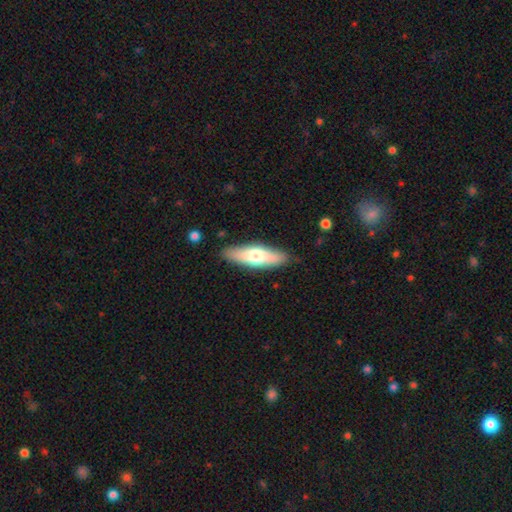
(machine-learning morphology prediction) Overall: smooth (61%; featured or disk 34%). How rounded: cigar-shaped (52%; in between 45%). Merging: none (86%).